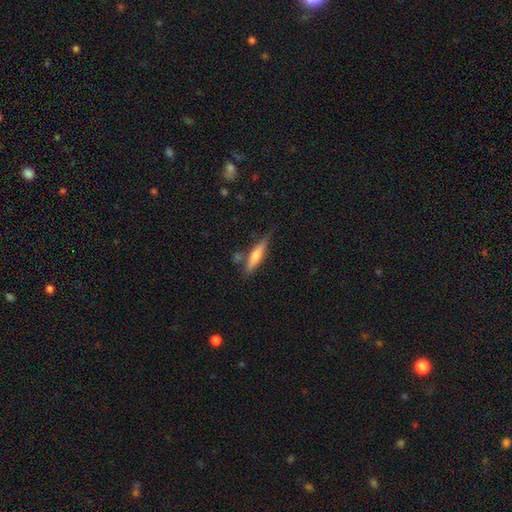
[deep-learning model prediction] smooth_or_featured: smooth (p=0.52) [alt: featured or disk p=0.42]
how_rounded: cigar-shaped (p=0.84) [alt: in between p=0.15]
merging: none (p=0.73) [alt: minor disturbance p=0.17]